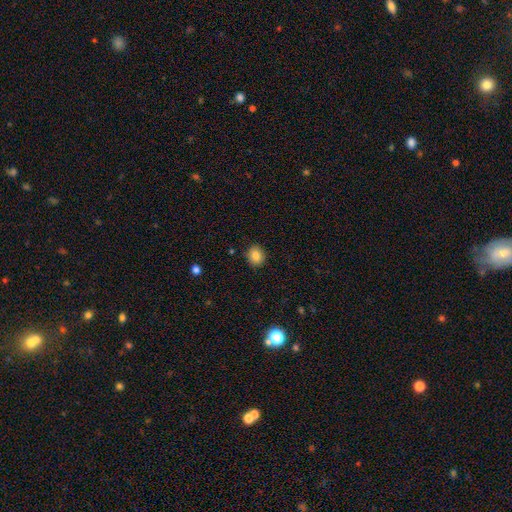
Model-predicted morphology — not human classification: This is clearly a smooth galaxy (83%). How rounded: likely round (74%). Merging: clearly none (88%).